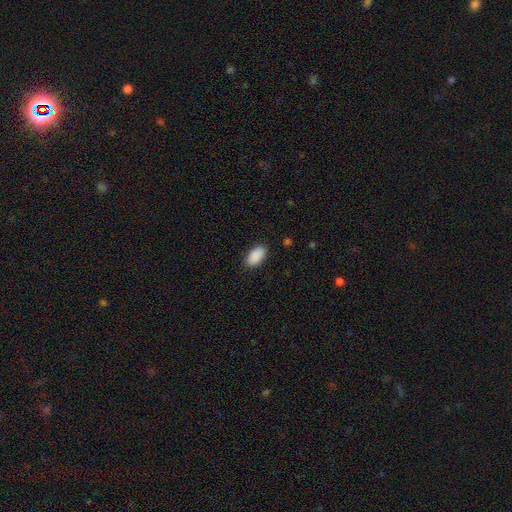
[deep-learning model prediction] smooth-or-featured: smooth: 91% | star or artifact: 7% | featured or disk: 2%
  how-rounded: in between: 95% | round: 3% | cigar-shaped: 2%
  merging: none: 88% | minor disturbance: 9% | major disturbance: 2% | merger: 1%